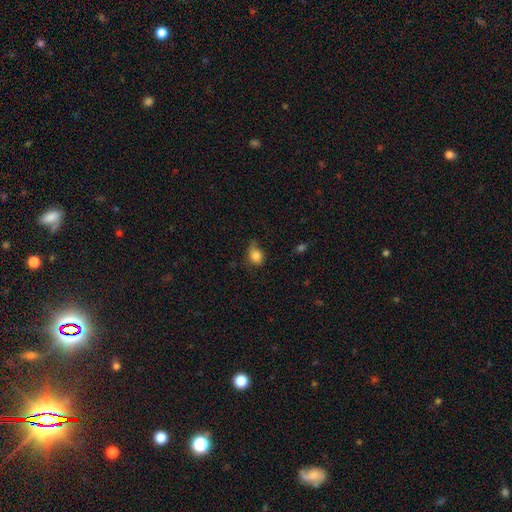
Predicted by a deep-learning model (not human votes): Smooth or featured?
  - smooth: 82% *
  - star or artifact: 10%
  - featured or disk: 8%
How rounded?
  - round: 50% *
  - in between: 48%
  - cigar-shaped: 1%
Merging?
  - none: 46% *
  - minor disturbance: 38%
  - major disturbance: 13%
  - merger: 2%